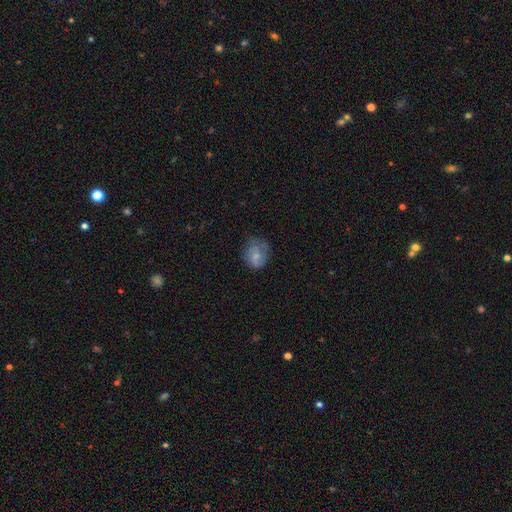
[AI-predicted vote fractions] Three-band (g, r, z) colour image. It shows a smooth galaxy with no disk features (62%) that is round (68%). Merging: none (52%).